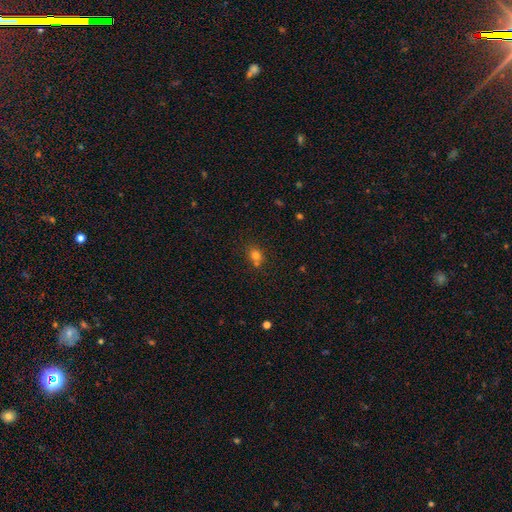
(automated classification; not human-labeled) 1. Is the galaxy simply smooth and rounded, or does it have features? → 75% smooth, 15% star or artifact, 10% featured or disk.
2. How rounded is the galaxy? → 65% round, 34% in between, 1% cigar-shaped.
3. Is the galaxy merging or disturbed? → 54% none, 30% merger, 12% minor disturbance, 4% major disturbance.